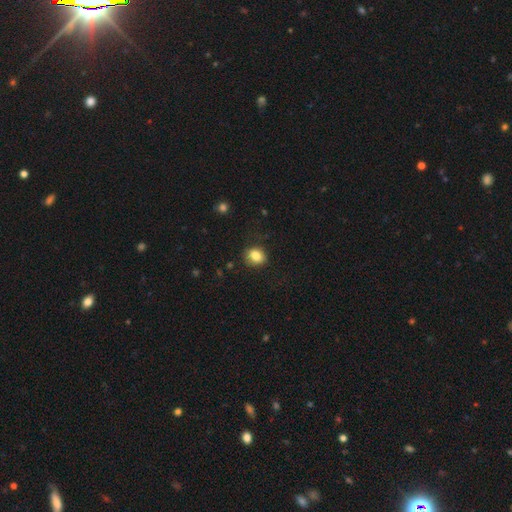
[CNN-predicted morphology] Q: Smooth or featured?
A: smooth (84%); runner-up: star or artifact (10%)
Q: How rounded?
A: round (52%); runner-up: in between (47%)
Q: Merging?
A: none (82%); runner-up: minor disturbance (13%)